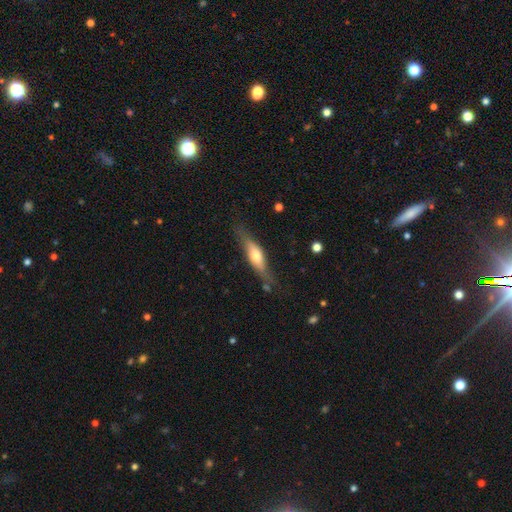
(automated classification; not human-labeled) Q: Smooth or featured?
A: featured or disk (49%); runner-up: smooth (45%)
Q: Merging?
A: none (71%); runner-up: minor disturbance (20%)